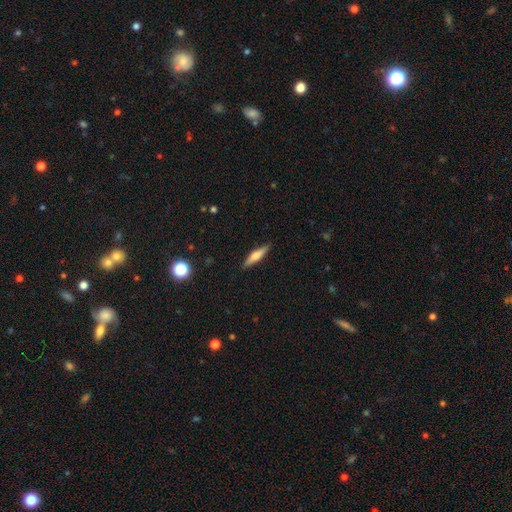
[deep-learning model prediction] Overall: smooth (49%; featured or disk 44%). Merging: none (89%).